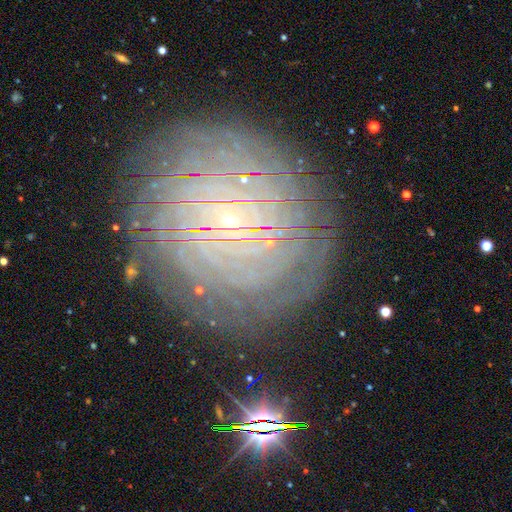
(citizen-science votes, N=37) smooth_or_featured: featured or disk (p=0.84) [alt: smooth p=0.08]
disk_edge_on: no (p=0.87) [alt: yes p=0.13]
bar: no (p=0.56) [alt: weak p=0.37]
has_spiral_arms: yes (p=0.96) [alt: no p=0.04]
spiral_winding: tight (p=0.92) [alt: medium p=0.08]
spiral_arm_count: more than 4 (p=0.38) [alt: can't tell p=0.31]
bulge_size: small (p=0.74) [alt: moderate p=0.19]
merging: none (p=0.65) [alt: minor disturbance p=0.26]